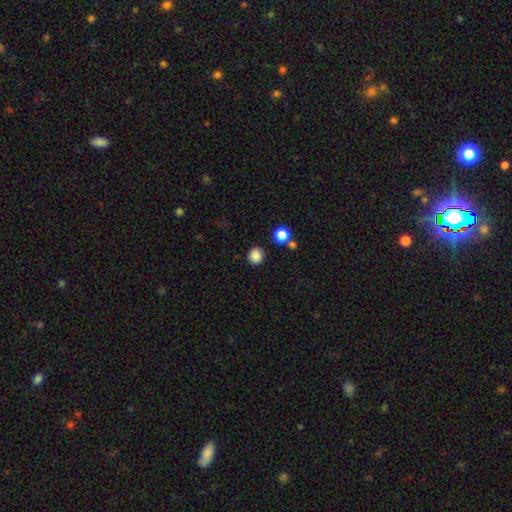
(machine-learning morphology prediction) Smooth or featured? Predicted: smooth (p=0.86). How rounded? Predicted: round (p=0.89). Merging? Predicted: none (p=0.88).